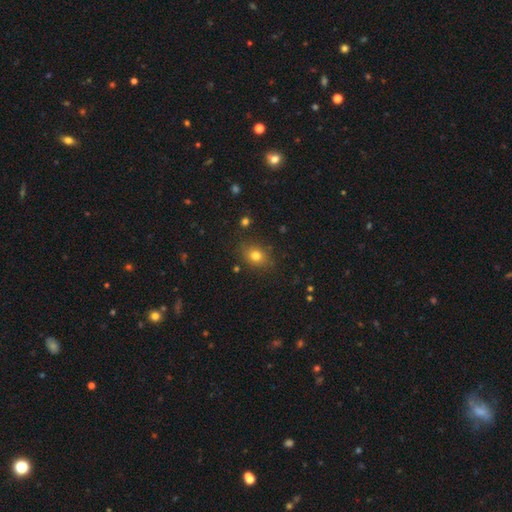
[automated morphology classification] Smooth or featured?
  - smooth: 77% *
  - star or artifact: 14%
  - featured or disk: 9%
How rounded?
  - in between: 53% *
  - round: 46%
  - cigar-shaped: 1%
Merging?
  - none: 83% *
  - minor disturbance: 12%
  - major disturbance: 3%
  - merger: 2%